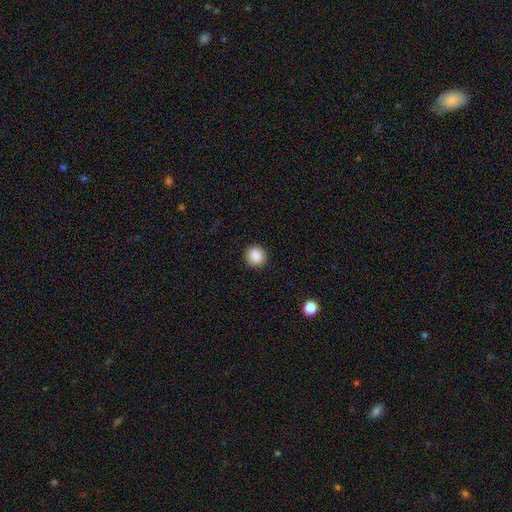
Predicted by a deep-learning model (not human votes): The model was most divided on "smooth or featured": smooth: 89%, star or artifact: 8%, featured or disk: 3%. More confident: merging — none (92%); how rounded — round (91%).